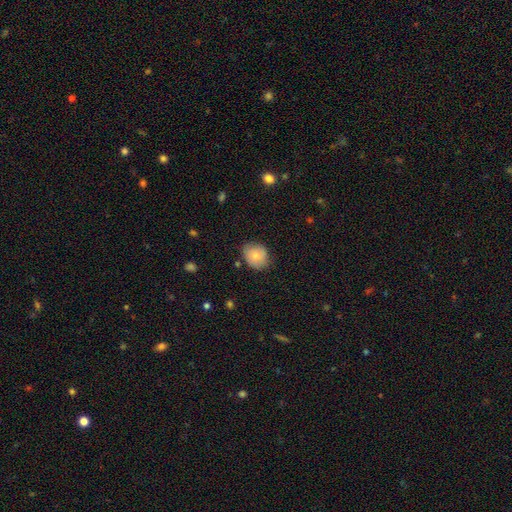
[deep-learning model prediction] Smooth or featured? Predicted: smooth (p=0.77). How rounded? Predicted: round (p=0.63). Merging? Predicted: none (p=0.73).